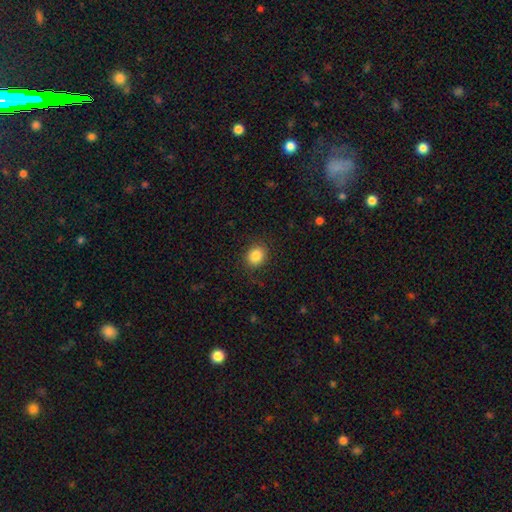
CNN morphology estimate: Overall: smooth (85%). How rounded: round (64%; in between 35%). Merging: none (87%).